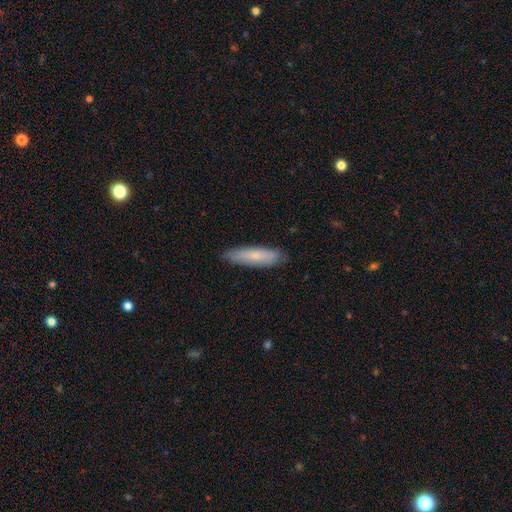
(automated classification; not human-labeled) This appears to be a smooth galaxy with no disk features (73%) that is cigar-shaped (72%). Merging: none (85%).